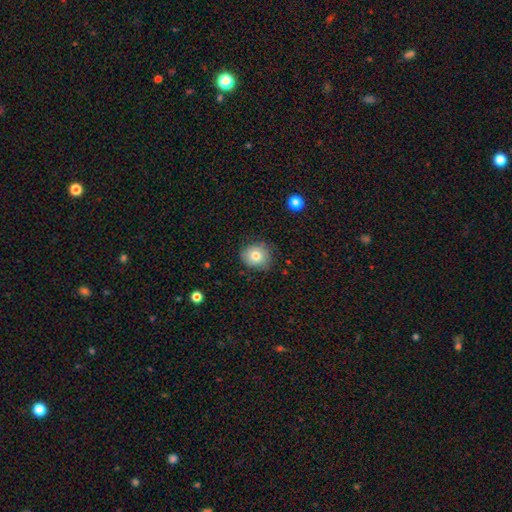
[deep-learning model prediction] Q: Smooth or featured?
A: smooth (78%); runner-up: featured or disk (13%)
Q: How rounded?
A: round (81%); runner-up: in between (18%)
Q: Merging?
A: none (78%); runner-up: minor disturbance (17%)